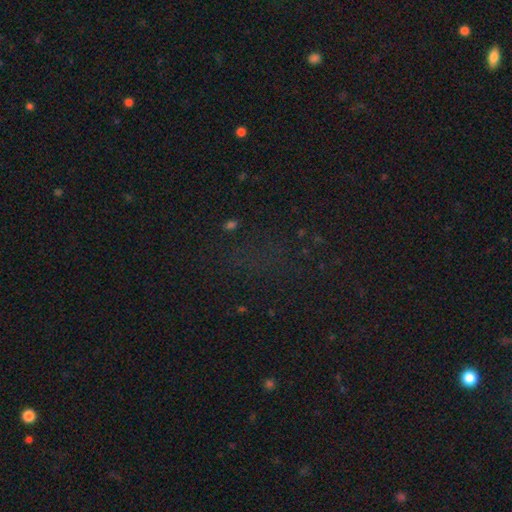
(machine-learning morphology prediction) type=star or artifact (78%).